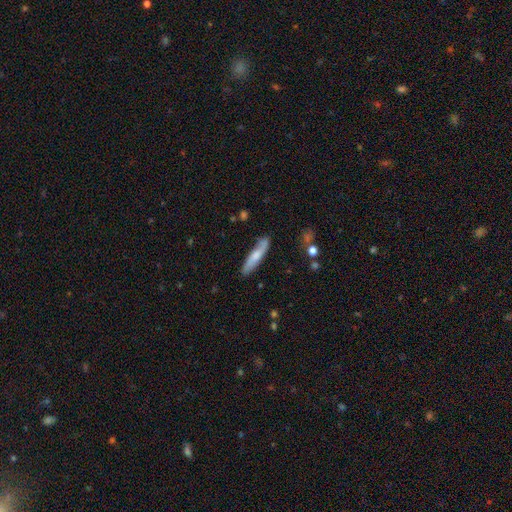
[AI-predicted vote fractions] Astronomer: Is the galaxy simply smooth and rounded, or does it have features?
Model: smooth — 60%.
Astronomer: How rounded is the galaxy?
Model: cigar-shaped — 84%.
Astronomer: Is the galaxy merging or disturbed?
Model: none — 79%.